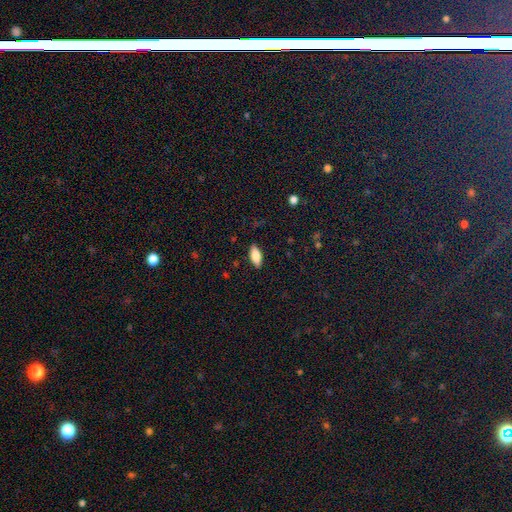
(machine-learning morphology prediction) Smooth or featured: smooth — 83% (featured or disk — 11%)
How rounded: in between — 83% (cigar-shaped — 15%)
Merging: none — 86% (minor disturbance — 11%)